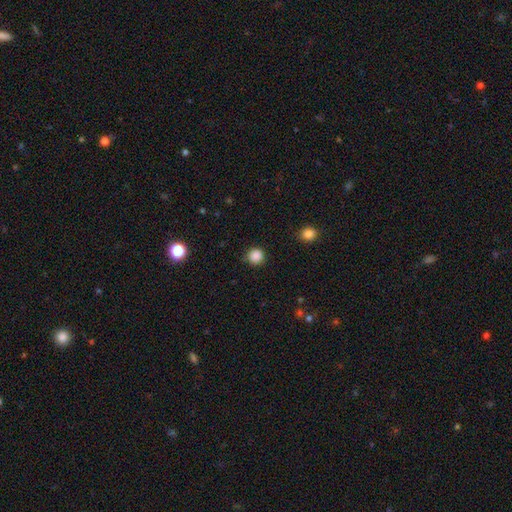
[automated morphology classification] Smooth or featured?
  - smooth: 86% *
  - star or artifact: 11%
  - featured or disk: 3%
How rounded?
  - round: 93% *
  - in between: 6%
  - cigar-shaped: 1%
Merging?
  - none: 87% *
  - minor disturbance: 9%
  - major disturbance: 3%
  - merger: 1%